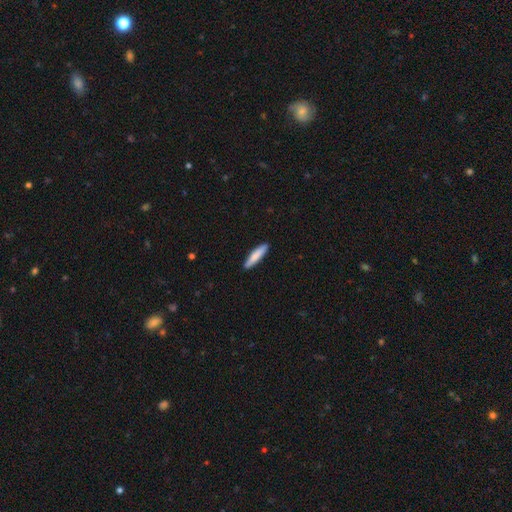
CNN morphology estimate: smooth-or-featured: smooth: 81% | featured or disk: 14% | star or artifact: 5%
  how-rounded: cigar-shaped: 82% | in between: 17% | round: 1%
  merging: none: 90% | minor disturbance: 8% | major disturbance: 1% | merger: 1%